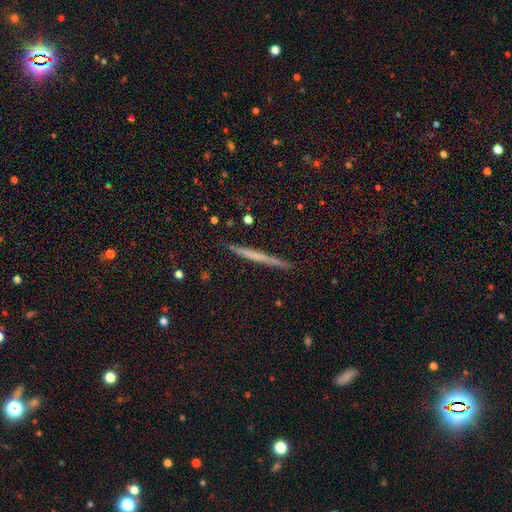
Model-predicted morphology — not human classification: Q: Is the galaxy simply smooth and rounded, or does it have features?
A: smooth — 46%.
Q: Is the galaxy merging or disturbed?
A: none — 90%.